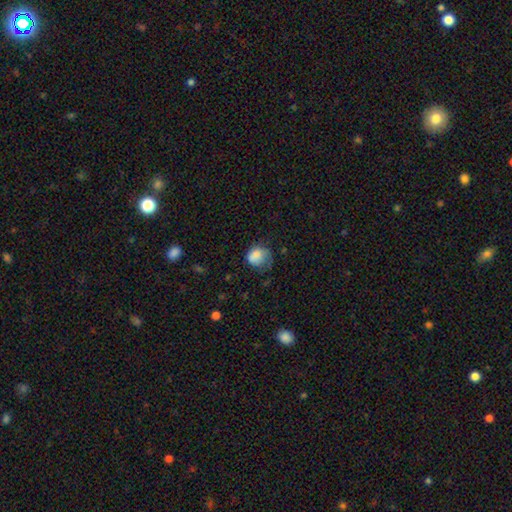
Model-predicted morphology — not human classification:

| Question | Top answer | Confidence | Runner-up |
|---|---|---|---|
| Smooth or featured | smooth | 78% | featured or disk (14%) |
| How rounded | round | 60% | in between (39%) |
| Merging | none | 37% | minor disturbance (33%) |